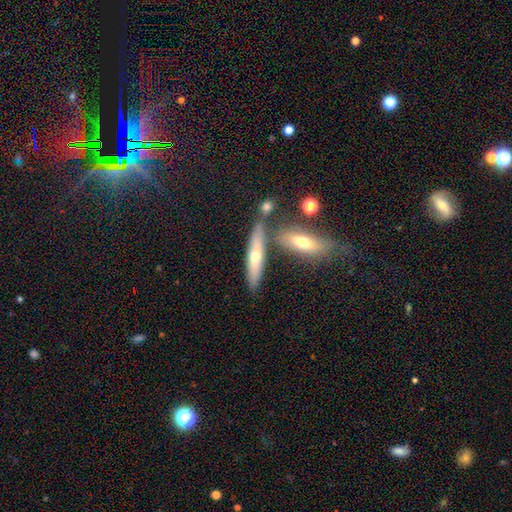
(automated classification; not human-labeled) A smooth galaxy with no disk features (49%). Merging: none (65%).